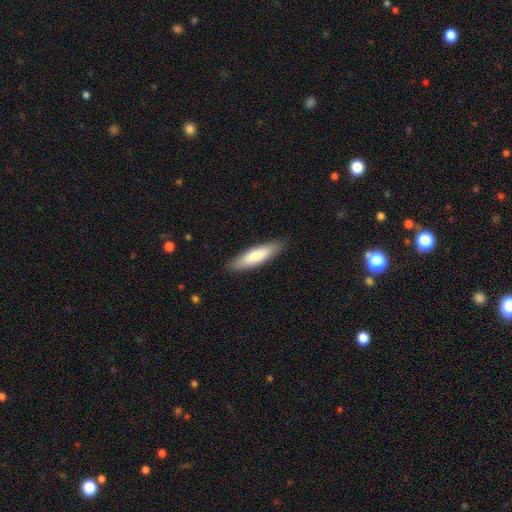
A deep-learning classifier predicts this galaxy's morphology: Smooth or featured: smooth — 80% (featured or disk — 15%)
How rounded: cigar-shaped — 63% (in between — 36%)
Merging: none — 88% (minor disturbance — 9%)